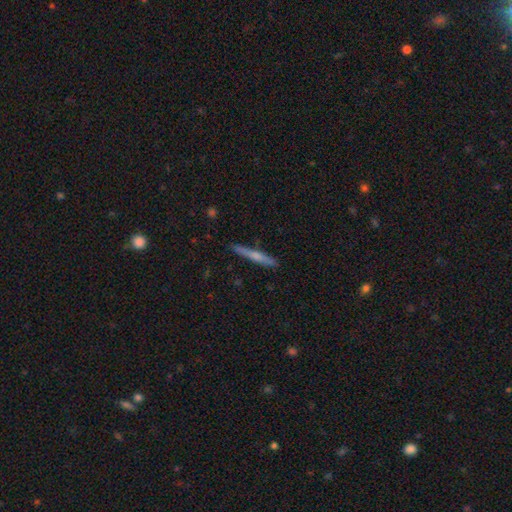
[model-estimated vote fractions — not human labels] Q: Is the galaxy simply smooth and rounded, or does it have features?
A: smooth — 50%.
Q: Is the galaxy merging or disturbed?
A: none — 88%.